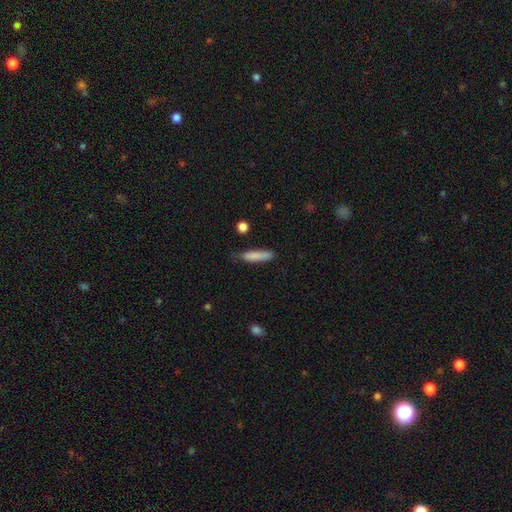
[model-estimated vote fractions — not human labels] smooth 83%, featured or disk 11%, star or artifact 7%. Down the decision tree: how rounded — cigar-shaped (81%); merging — none (68%).